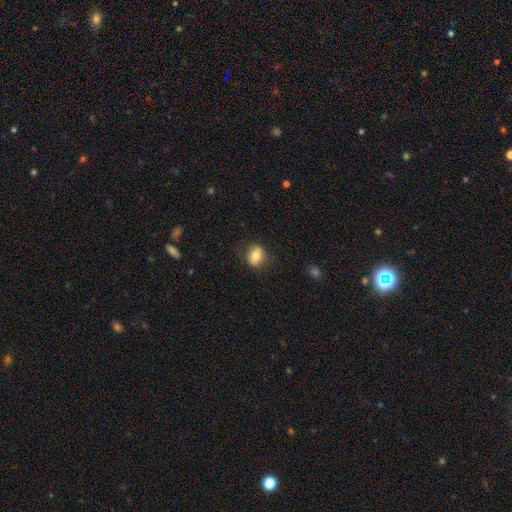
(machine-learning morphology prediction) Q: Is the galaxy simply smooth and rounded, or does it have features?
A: smooth — 76%.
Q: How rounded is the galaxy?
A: in between — 64%.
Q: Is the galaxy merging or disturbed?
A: none — 80%.